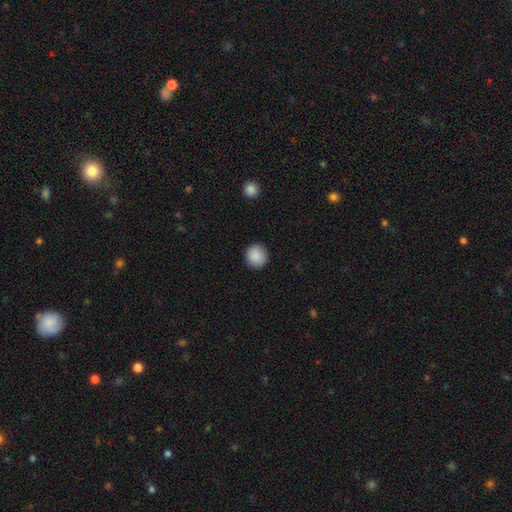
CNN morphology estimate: Smooth or featured? Predicted: smooth (p=0.90). How rounded? Predicted: round (p=0.93). Merging? Predicted: none (p=0.92).